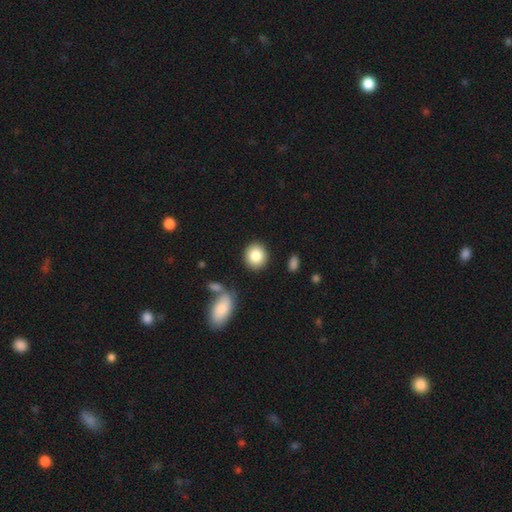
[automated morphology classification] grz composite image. It shows a smooth galaxy with no disk features (85%) that is round (81%). Merging: none (86%).